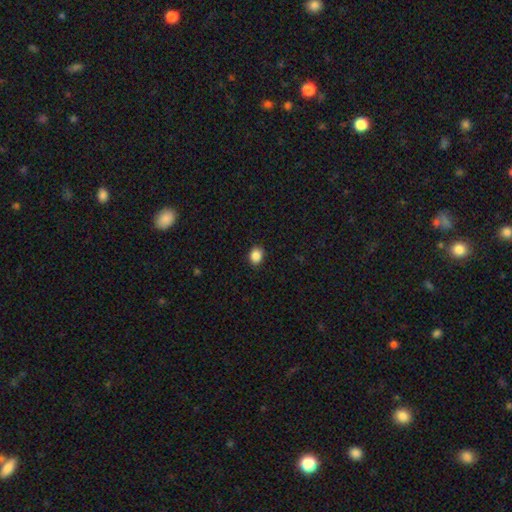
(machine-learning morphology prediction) A smooth galaxy with no disk features (87%) that is in between round and cigar-shaped (50%). Merging: none (90%).